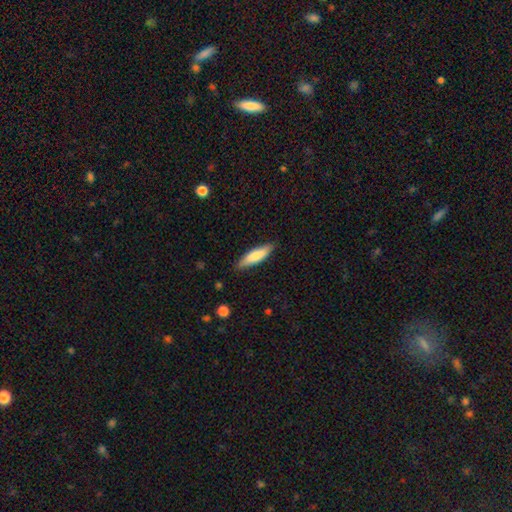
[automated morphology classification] smooth-or-featured: smooth: 78% | featured or disk: 16% | star or artifact: 5%
  how-rounded: cigar-shaped: 64% | in between: 35% | round: 1%
  merging: none: 85% | minor disturbance: 12% | major disturbance: 2% | merger: 1%